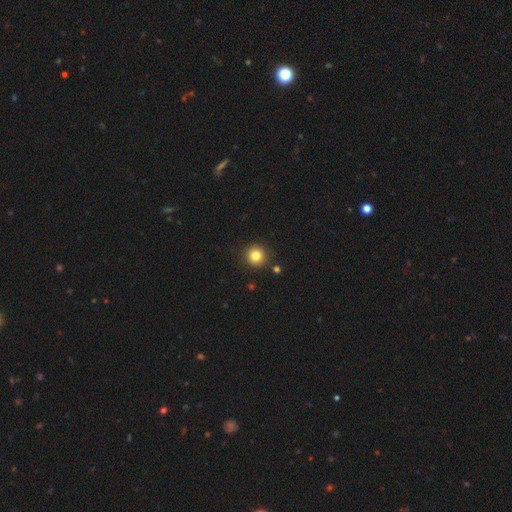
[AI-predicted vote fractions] A smooth galaxy with no disk features (82%) that is round (94%). Merging: none (90%).